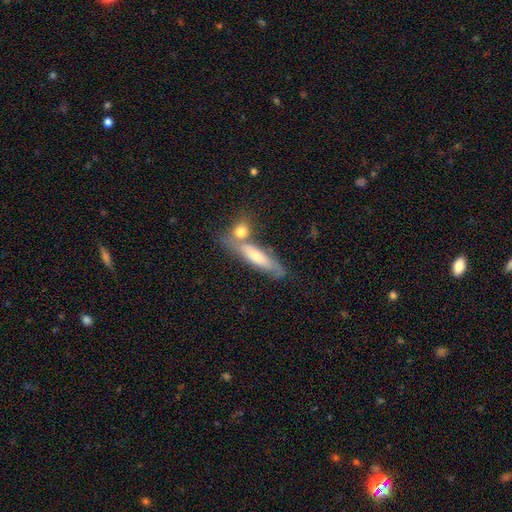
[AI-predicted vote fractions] smooth_or_featured: smooth (p=0.59) [alt: featured or disk p=0.34]
how_rounded: cigar-shaped (p=0.72) [alt: in between p=0.25]
merging: none (p=0.48) [alt: merger p=0.33]